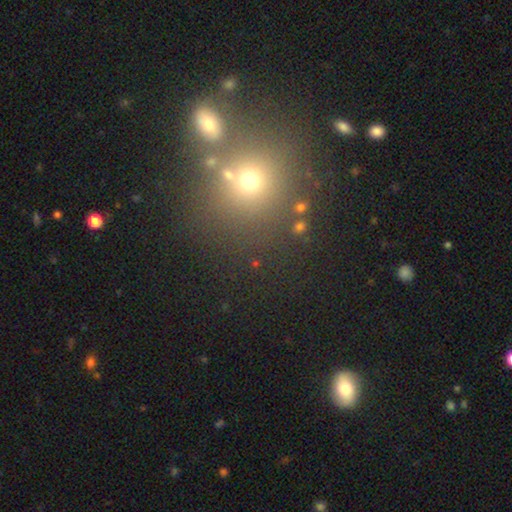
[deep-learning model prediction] smooth-or-featured: smooth: 48% | star or artifact: 39% | featured or disk: 13%
  merging: none: 66% | merger: 22% | minor disturbance: 8% | major disturbance: 4%